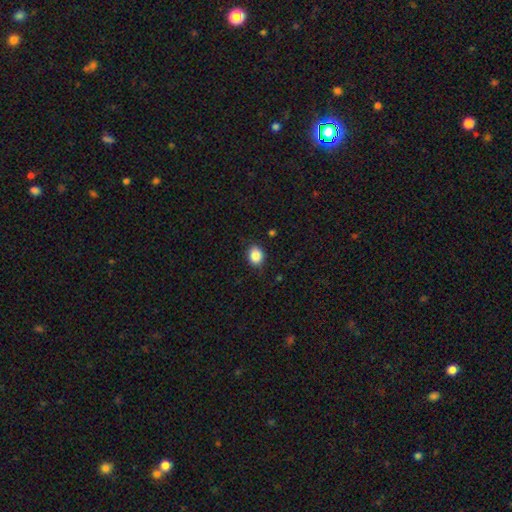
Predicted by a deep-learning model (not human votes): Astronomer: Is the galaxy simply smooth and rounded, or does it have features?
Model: smooth — 87%.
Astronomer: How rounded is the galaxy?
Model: round — 52% (runner-up: in between, 47%).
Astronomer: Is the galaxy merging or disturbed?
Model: none — 84%.